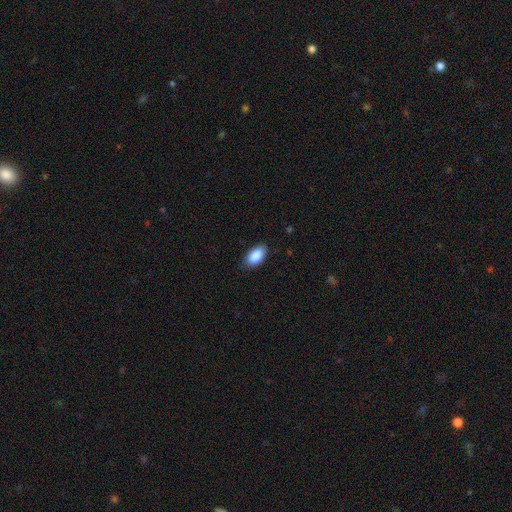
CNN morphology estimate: smooth_or_featured: smooth (p=0.89) [alt: star or artifact p=0.06]
how_rounded: in between (p=0.95) [alt: round p=0.03]
merging: none (p=0.85) [alt: minor disturbance p=0.12]